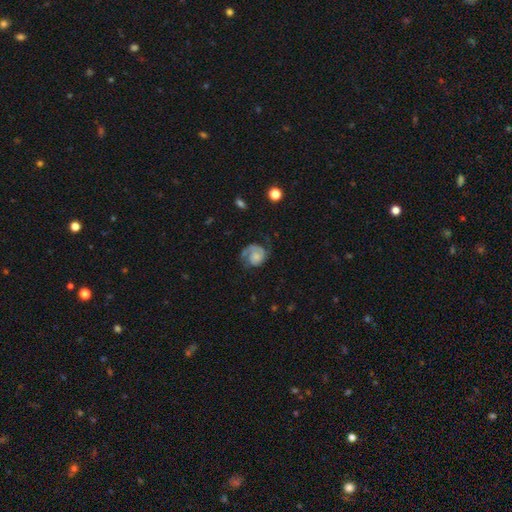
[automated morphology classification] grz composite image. It shows a featured or disk galaxy (67%) with no bar (74%), 1 (46%) tight (45%) spiral arms (92%) and a small central bulge (40%). Merging: none (49%).